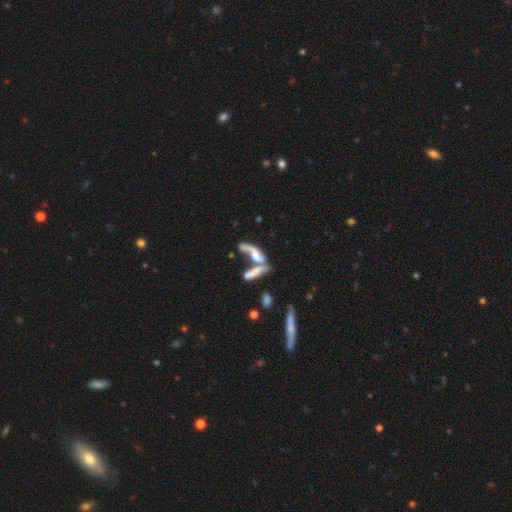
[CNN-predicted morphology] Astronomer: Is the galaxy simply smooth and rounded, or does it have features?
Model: featured or disk — 59%.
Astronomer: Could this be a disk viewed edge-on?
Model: no — 77%.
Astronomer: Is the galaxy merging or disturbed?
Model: merger — 62%.